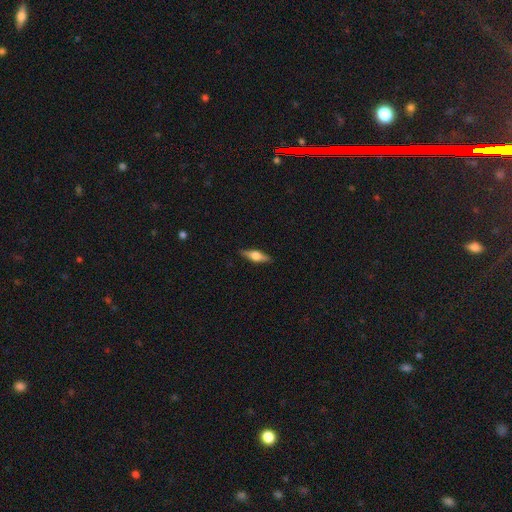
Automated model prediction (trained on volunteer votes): A featured or disk galaxy (60%) viewed edge-on (96%) with a rounded central bulge (91%). Merging: none (89%).